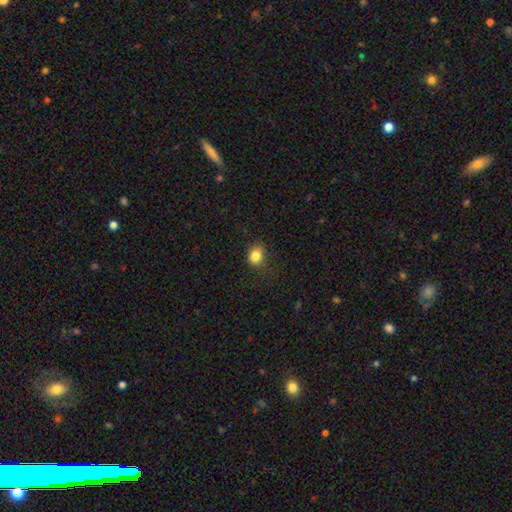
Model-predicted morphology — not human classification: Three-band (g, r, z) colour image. It shows a smooth galaxy with no disk features (83%) that is round (53%). Merging: none (75%).